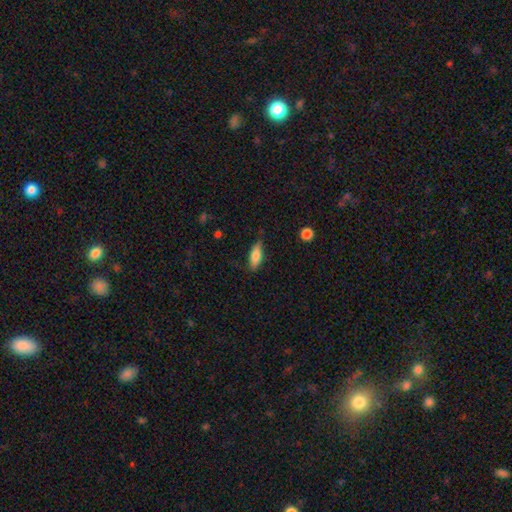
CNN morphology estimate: smooth-or-featured: smooth: 76% | featured or disk: 17% | star or artifact: 7%
  how-rounded: in between: 65% | cigar-shaped: 32% | round: 3%
  merging: none: 75% | minor disturbance: 20% | major disturbance: 4% | merger: 2%